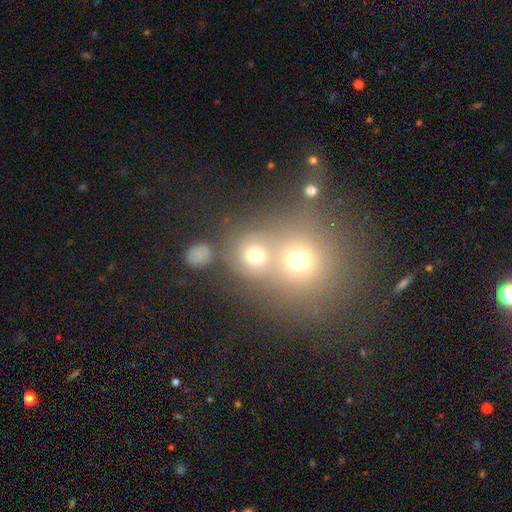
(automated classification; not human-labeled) The model was most divided on "merging": merger: 53%, none: 37%, minor disturbance: 6%, major disturbance: 4%. More confident: how rounded — round (81%); smooth or featured — smooth (71%).